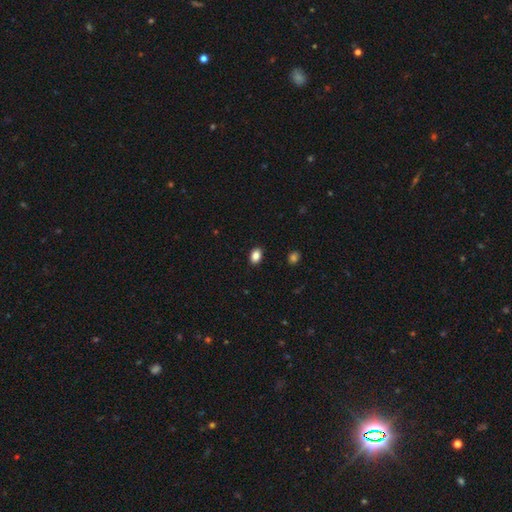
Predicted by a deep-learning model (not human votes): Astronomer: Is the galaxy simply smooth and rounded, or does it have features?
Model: smooth — 87%.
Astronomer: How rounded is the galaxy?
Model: in between — 82%.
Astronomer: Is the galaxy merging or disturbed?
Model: none — 90%.